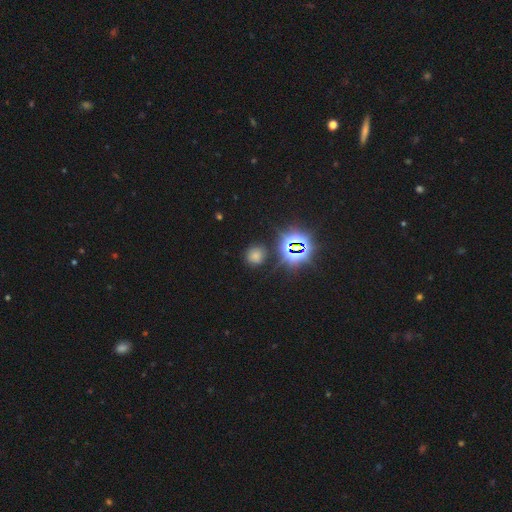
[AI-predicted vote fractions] Smooth or featured? smooth (59%)
How rounded? round (84%)
Merging? none (81%)